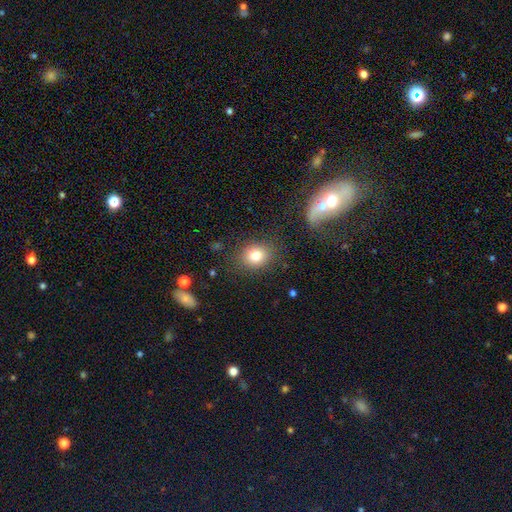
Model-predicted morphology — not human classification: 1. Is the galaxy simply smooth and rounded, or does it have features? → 80% smooth, 11% star or artifact, 9% featured or disk.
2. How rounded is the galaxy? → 61% round, 38% in between, 1% cigar-shaped.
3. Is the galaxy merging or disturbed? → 83% none, 11% minor disturbance, 4% major disturbance, 2% merger.